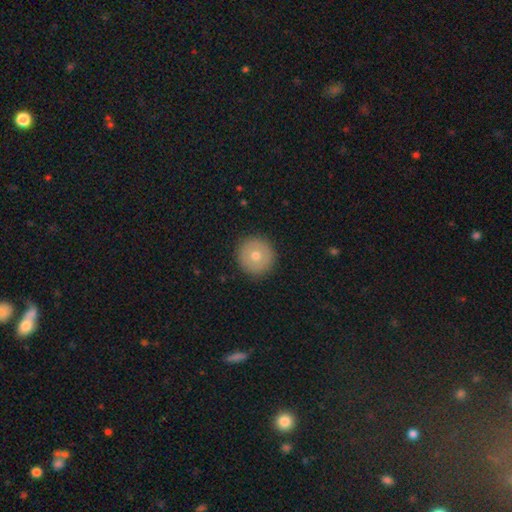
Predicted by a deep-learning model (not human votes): Morphology: type=smooth (68%); roundness=round (96%); merging=none (93%).